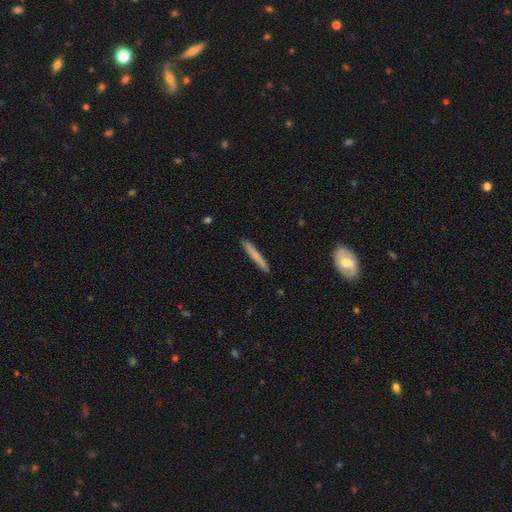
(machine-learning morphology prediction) A smooth galaxy with no disk features (73%) that is cigar-shaped (96%). Merging: none (91%).